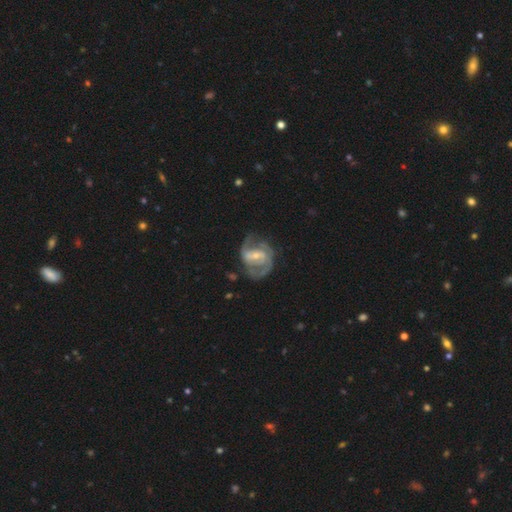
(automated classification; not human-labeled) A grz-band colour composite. It shows a featured or disk galaxy (86%) with a weak bar (46%), 2 (73%) medium (51%) spiral arms (93%) and a small central bulge (54%). Merging: none (61%).